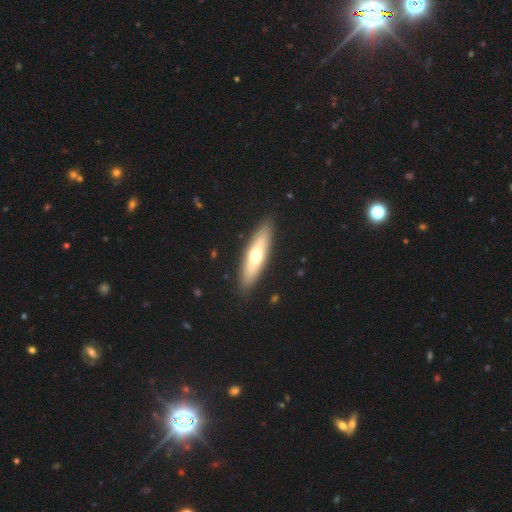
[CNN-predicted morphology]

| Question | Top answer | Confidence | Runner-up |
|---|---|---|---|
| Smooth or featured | smooth | 56% | featured or disk (38%) |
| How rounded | cigar-shaped | 65% | in between (33%) |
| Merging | none | 89% | minor disturbance (8%) |